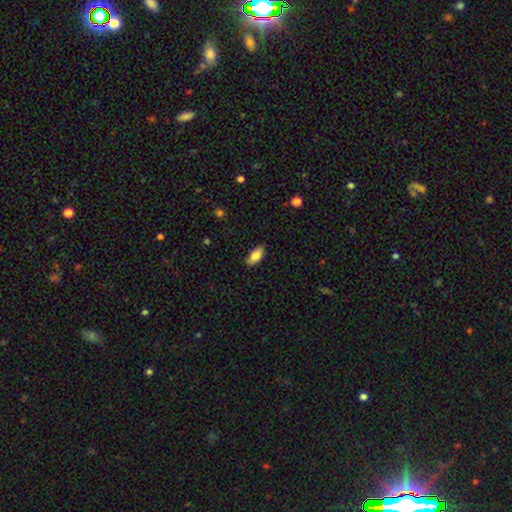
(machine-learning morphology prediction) Q: Smooth or featured?
A: smooth (83%); runner-up: featured or disk (10%)
Q: How rounded?
A: in between (90%); runner-up: cigar-shaped (8%)
Q: Merging?
A: none (84%); runner-up: minor disturbance (13%)